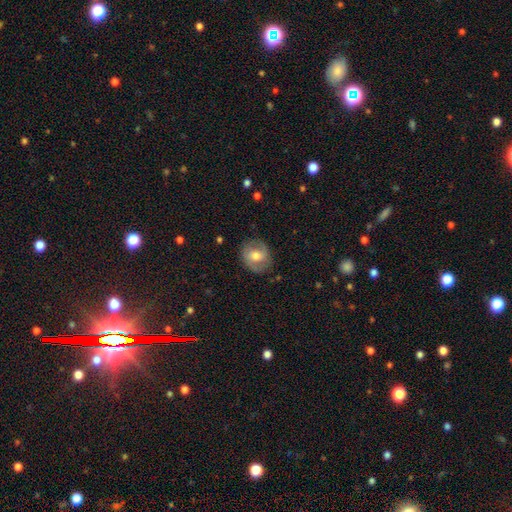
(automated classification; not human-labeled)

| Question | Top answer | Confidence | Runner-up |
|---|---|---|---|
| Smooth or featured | featured or disk | 49% | smooth (44%) |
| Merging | none | 79% | minor disturbance (14%) |